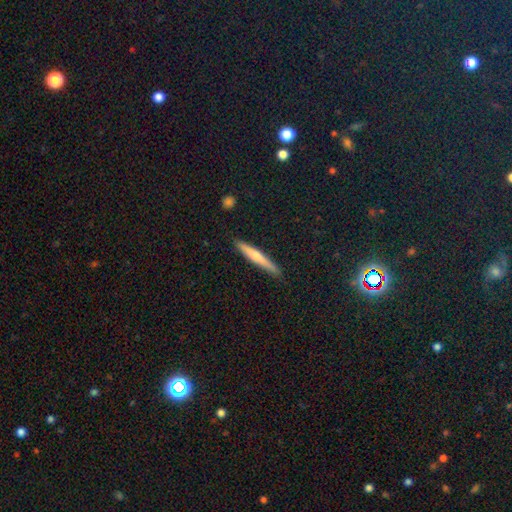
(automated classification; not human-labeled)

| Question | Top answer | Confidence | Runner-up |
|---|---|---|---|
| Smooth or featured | smooth | 55% | featured or disk (39%) |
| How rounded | cigar-shaped | 95% | in between (4%) |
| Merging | none | 88% | minor disturbance (9%) |